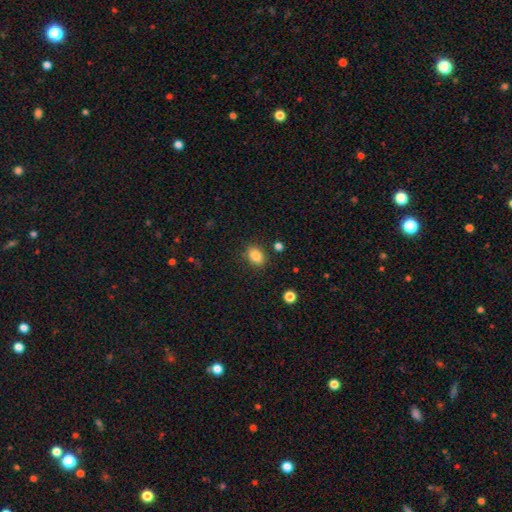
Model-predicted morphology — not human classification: Smooth or featured? smooth (84%)
How rounded? in between (68%)
Merging? none (83%)